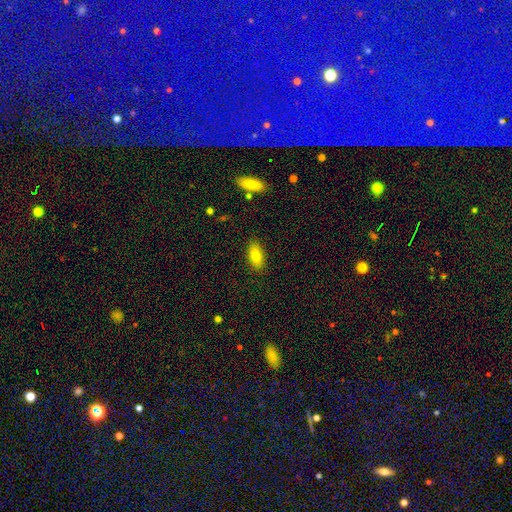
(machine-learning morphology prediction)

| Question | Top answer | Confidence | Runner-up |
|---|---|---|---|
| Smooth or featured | smooth | 80% | featured or disk (12%) |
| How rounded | in between | 88% | cigar-shaped (8%) |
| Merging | none | 87% | minor disturbance (9%) |